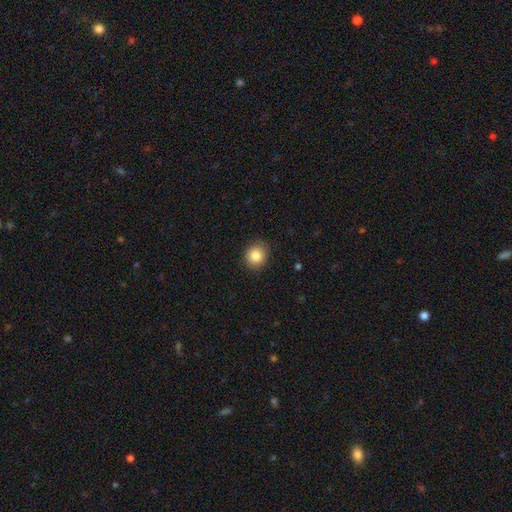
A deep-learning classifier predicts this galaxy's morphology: smooth_or_featured: smooth (p=0.85) [alt: star or artifact p=0.10]
how_rounded: round (p=0.80) [alt: in between p=0.19]
merging: none (p=0.87) [alt: minor disturbance p=0.09]